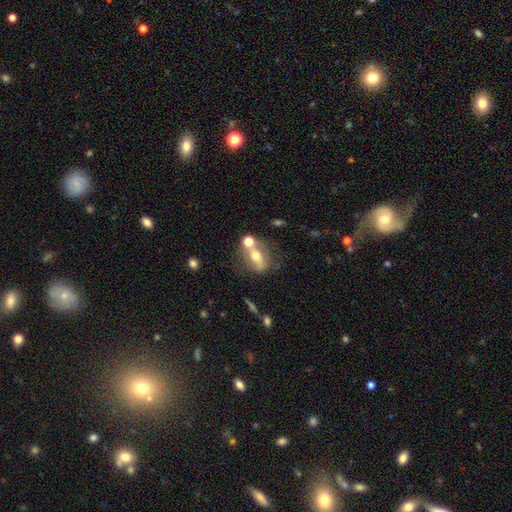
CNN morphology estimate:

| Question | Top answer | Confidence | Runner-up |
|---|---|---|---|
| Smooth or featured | smooth | 46% | featured or disk (43%) |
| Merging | none | 47% | merger (27%) |